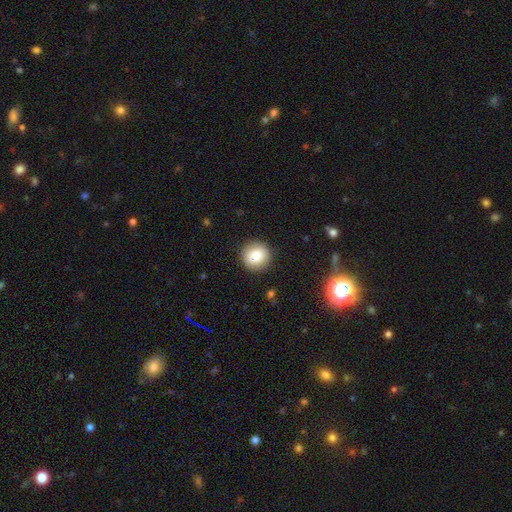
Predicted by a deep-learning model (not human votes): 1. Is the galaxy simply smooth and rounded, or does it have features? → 81% smooth, 10% featured or disk, 9% star or artifact.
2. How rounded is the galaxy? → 93% round, 6% in between, 1% cigar-shaped.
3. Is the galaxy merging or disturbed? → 90% none, 7% minor disturbance, 2% major disturbance, 1% merger.